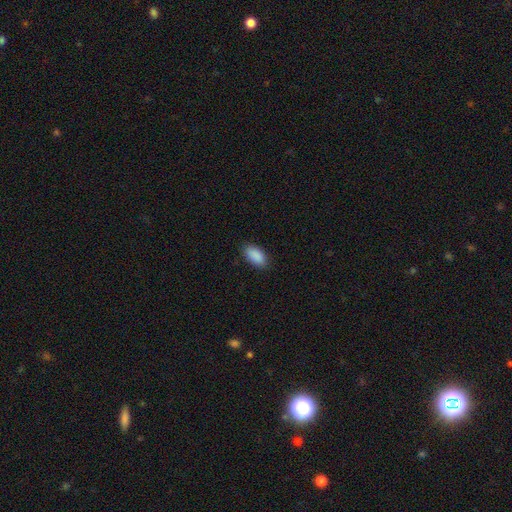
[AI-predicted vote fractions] Q: Smooth or featured?
A: smooth (90%); runner-up: star or artifact (7%)
Q: How rounded?
A: in between (93%); runner-up: cigar-shaped (4%)
Q: Merging?
A: none (86%); runner-up: minor disturbance (10%)